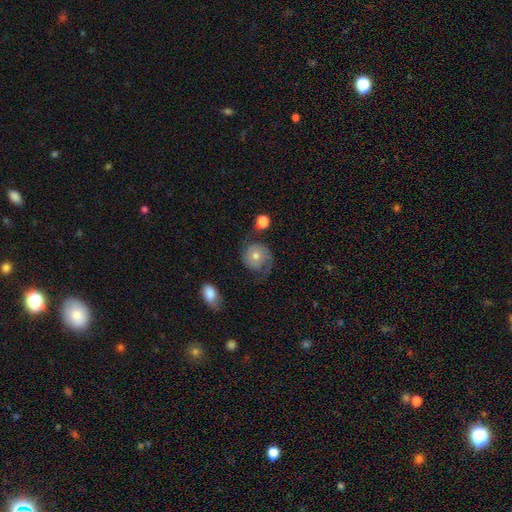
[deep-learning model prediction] smooth_or_featured: featured or disk (p=0.61) [alt: smooth p=0.30]
disk_edge_on: no (p=0.97) [alt: yes p=0.03]
bar: no (p=0.82) [alt: weak p=0.15]
has_spiral_arms: yes (p=0.87) [alt: no p=0.13]
spiral_winding: tight (p=0.39) [alt: medium p=0.37]
spiral_arm_count: 2 (p=0.72) [alt: 1 p=0.14]
bulge_size: moderate (p=0.56) [alt: small p=0.37]
merging: none (p=0.60) [alt: minor disturbance p=0.21]